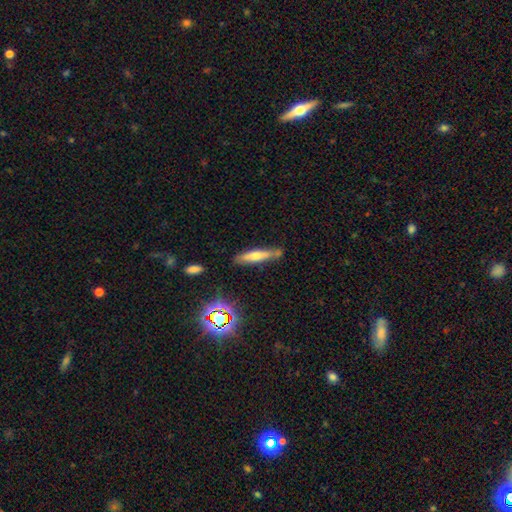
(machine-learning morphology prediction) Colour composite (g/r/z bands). It shows a smooth galaxy with no disk features (50%). Merging: none (75%).